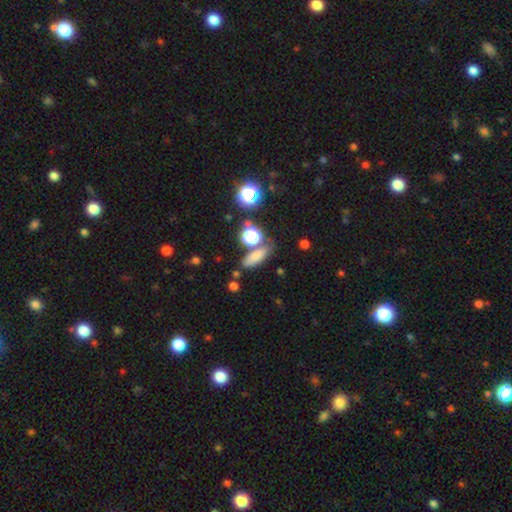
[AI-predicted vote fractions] smooth-or-featured: smooth: 73% | star or artifact: 18% | featured or disk: 10%
  how-rounded: in between: 56% | cigar-shaped: 31% | round: 13%
  merging: none: 73% | minor disturbance: 12% | merger: 11% | major disturbance: 4%